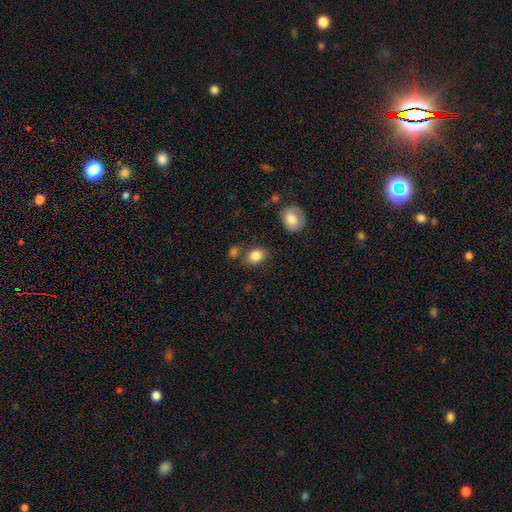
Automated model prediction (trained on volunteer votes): This is clearly a smooth galaxy (85%). How rounded: possibly in between (59%). Merging: likely none (71%).